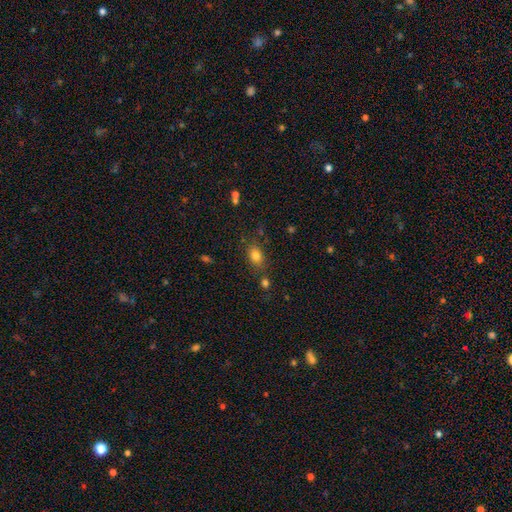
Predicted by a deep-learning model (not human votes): A smooth galaxy with no disk features (79%) that is in between round and cigar-shaped (76%). Merging: none (74%).